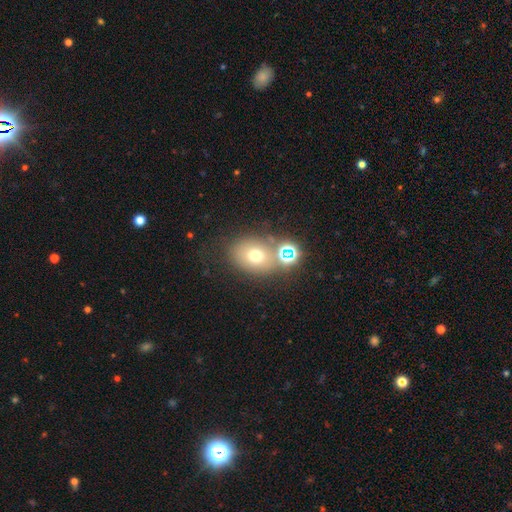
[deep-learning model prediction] Overall: smooth (66%). How rounded: in between (50%; round 49%). Merging: none (65%).